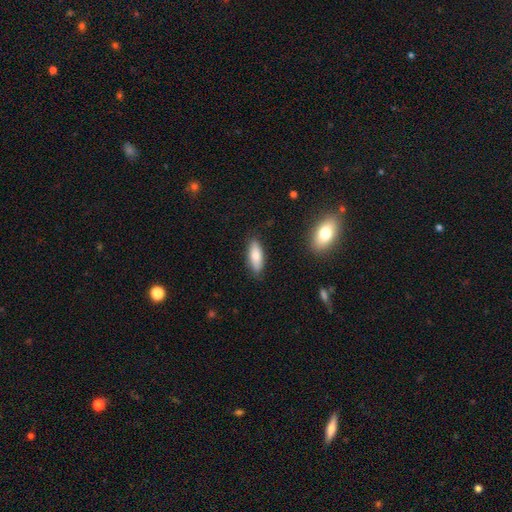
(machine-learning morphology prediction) Overall: smooth (79%). How rounded: in between (68%; cigar-shaped 30%). Merging: none (85%).